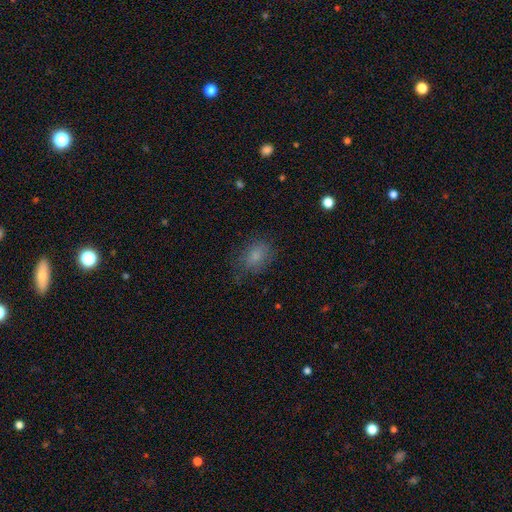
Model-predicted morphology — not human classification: Smooth or featured? smooth (78%)
How rounded? in between (70%)
Merging? none (68%)